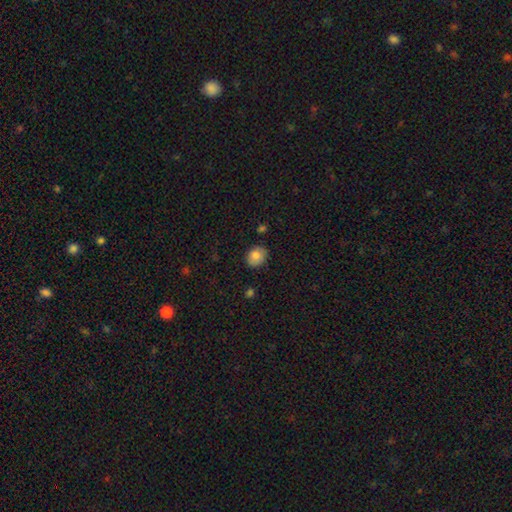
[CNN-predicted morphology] smooth 81%, featured or disk 10%, star or artifact 9%. Down the decision tree: how rounded — round (58%); merging — none (84%).